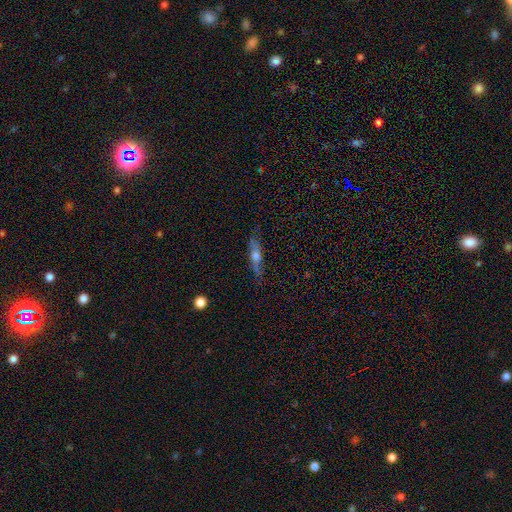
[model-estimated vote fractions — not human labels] Morphology: type=featured or disk (53%); edge-on=yes (82%); merging=none (76%).